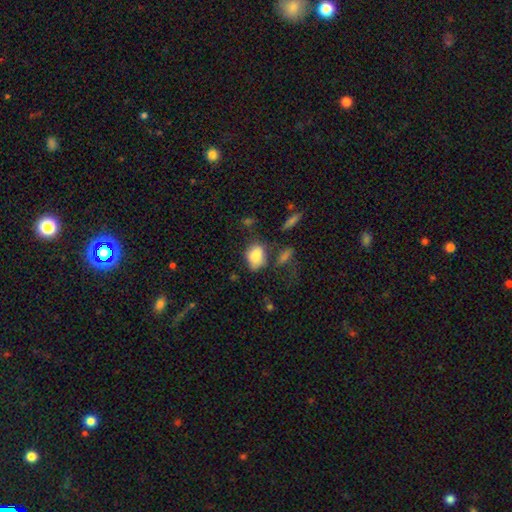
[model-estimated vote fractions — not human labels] Q: Smooth or featured?
A: smooth (83%); runner-up: star or artifact (9%)
Q: How rounded?
A: in between (73%); runner-up: round (25%)
Q: Merging?
A: none (46%); runner-up: minor disturbance (27%)